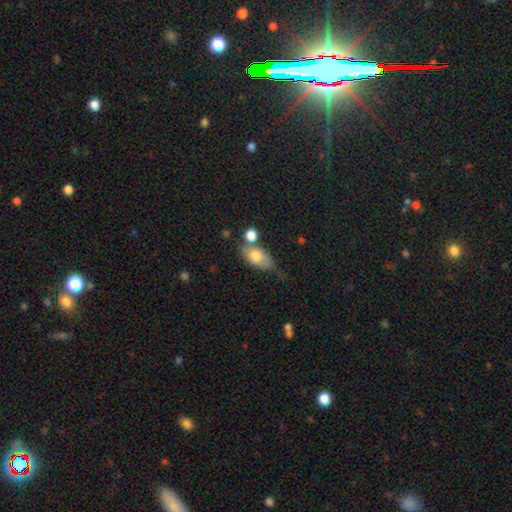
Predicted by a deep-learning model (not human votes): Morphology: type=smooth (74%); roundness=in between (84%); merging=none (47%).